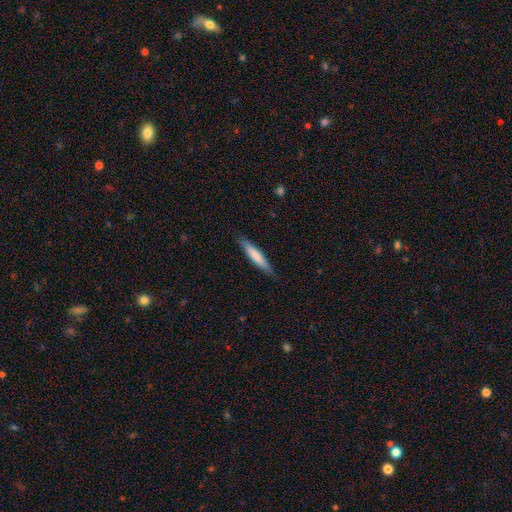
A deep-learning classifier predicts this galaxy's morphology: Smooth or featured? smooth (70%)
How rounded? cigar-shaped (90%)
Merging? none (85%)